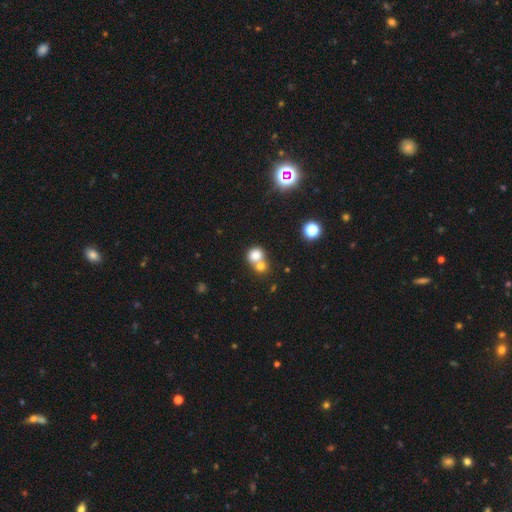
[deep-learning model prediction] Morphology: type=smooth (77%); roundness=round (77%); merging=merger (57%).